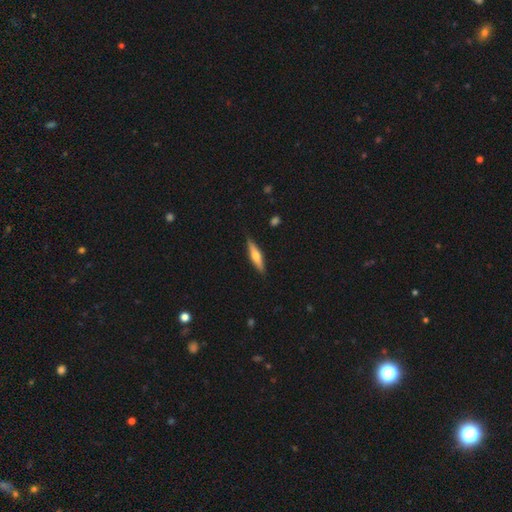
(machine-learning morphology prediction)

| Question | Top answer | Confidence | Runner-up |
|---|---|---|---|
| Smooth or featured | featured or disk | 47% | tied: smooth (47%) |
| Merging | none | 88% | minor disturbance (9%) |